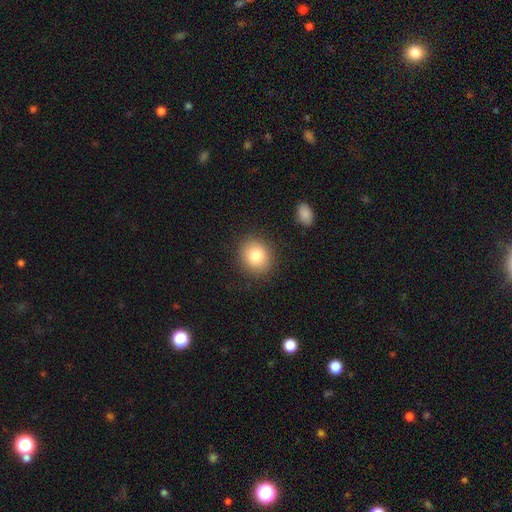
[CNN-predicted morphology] The model was most divided on "how rounded": round: 73%, in between: 26%, cigar-shaped: 1%. More confident: merging — none (88%); smooth or featured — smooth (82%).